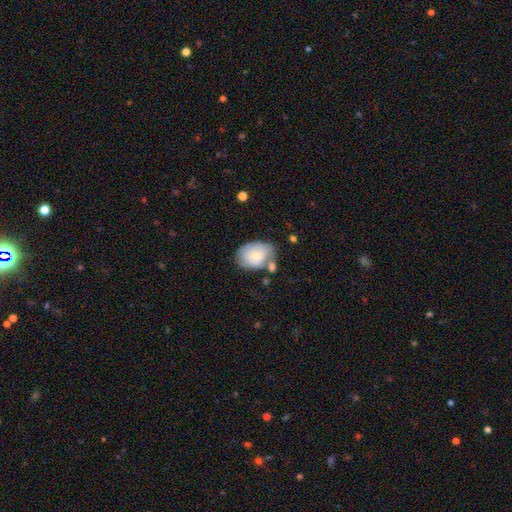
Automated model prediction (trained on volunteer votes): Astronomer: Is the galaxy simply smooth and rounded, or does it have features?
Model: smooth — 70%.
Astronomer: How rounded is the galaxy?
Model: in between — 73%.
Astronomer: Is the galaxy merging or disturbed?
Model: none — 46% (runner-up: minor disturbance, 27%).